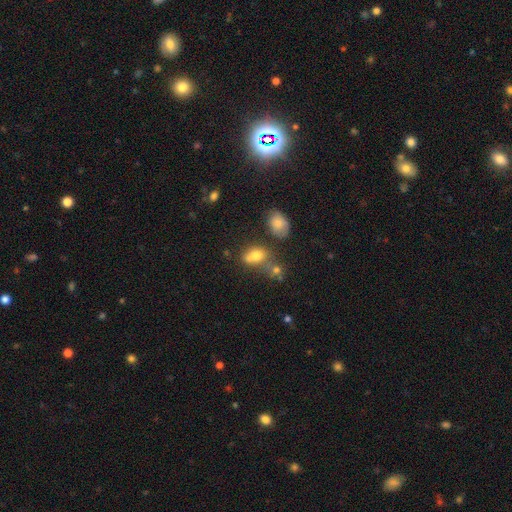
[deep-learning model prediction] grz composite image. It shows a smooth galaxy with no disk features (73%) that is in between round and cigar-shaped (66%). Merging: merger (38%).